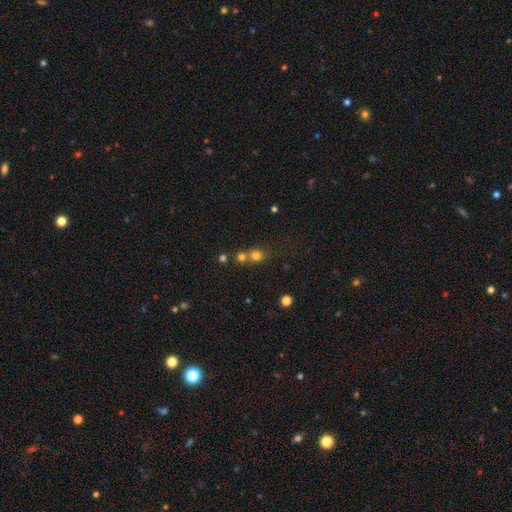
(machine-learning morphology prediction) Smooth or featured?
  - smooth: 74% *
  - star or artifact: 17%
  - featured or disk: 10%
How rounded?
  - round: 82% *
  - in between: 17%
  - cigar-shaped: 1%
Merging?
  - merger: 48% *
  - none: 42%
  - minor disturbance: 6%
  - major disturbance: 3%